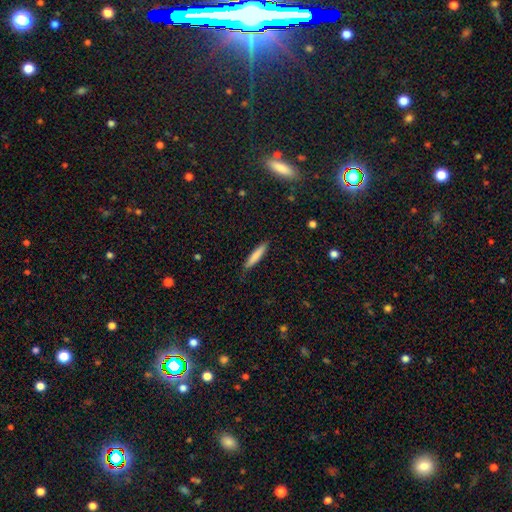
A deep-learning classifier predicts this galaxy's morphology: Smooth or featured? Predicted: smooth (p=0.80). How rounded? Predicted: cigar-shaped (p=0.89). Merging? Predicted: none (p=0.85).